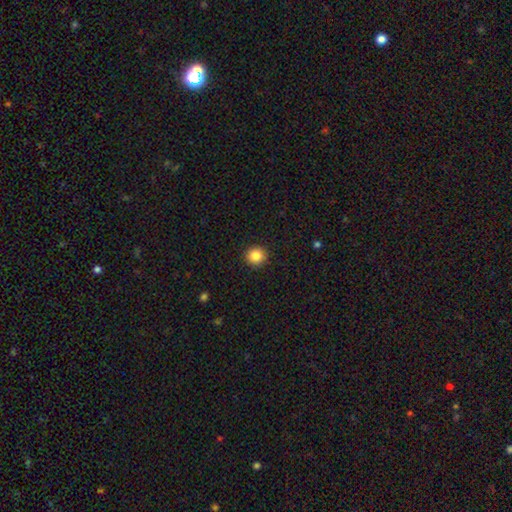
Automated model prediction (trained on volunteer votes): Morphology: type=smooth (86%); roundness=round (91%); merging=none (92%).